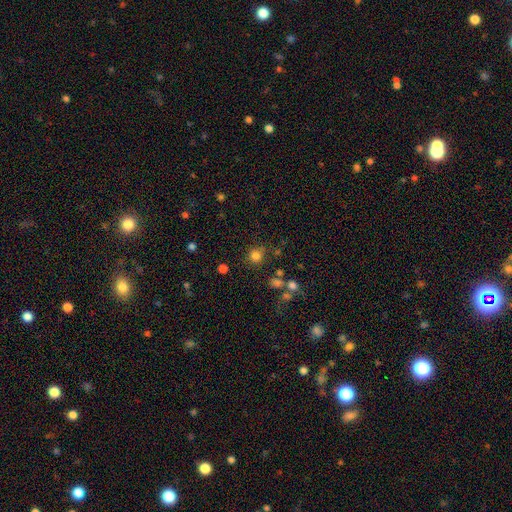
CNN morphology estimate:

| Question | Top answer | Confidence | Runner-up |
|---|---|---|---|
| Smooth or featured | smooth | 79% | star or artifact (15%) |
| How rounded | round | 89% | in between (10%) |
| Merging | none | 77% | minor disturbance (11%) |